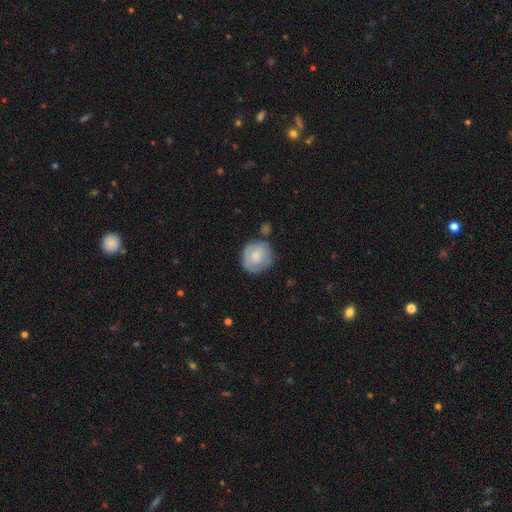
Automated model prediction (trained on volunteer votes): The model was most divided on "merging": none: 64%, minor disturbance: 23%, major disturbance: 7%, merger: 6%. More confident: how rounded — round (85%); smooth or featured — smooth (68%).